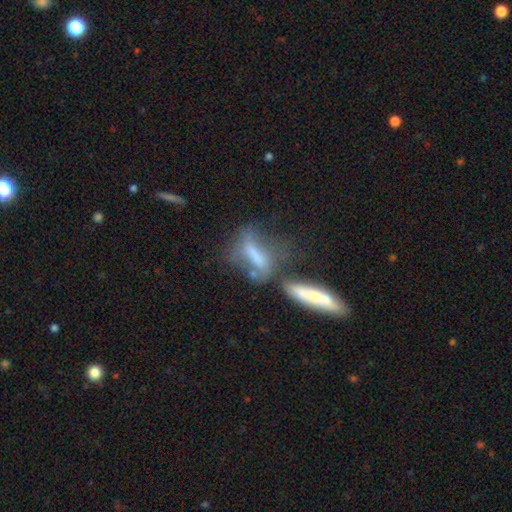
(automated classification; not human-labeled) Morphology: type=smooth (50%); roundness=cigar-shaped (56%); merging=merger (41%).